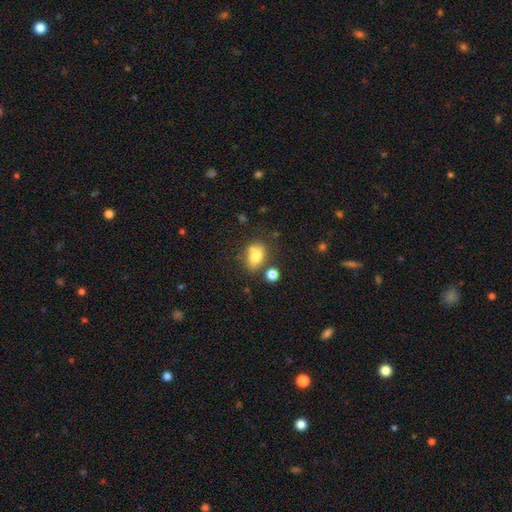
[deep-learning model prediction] Smooth or featured? Predicted: smooth (p=0.77). How rounded? Predicted: in between (p=0.77). Merging? Predicted: none (p=0.57).